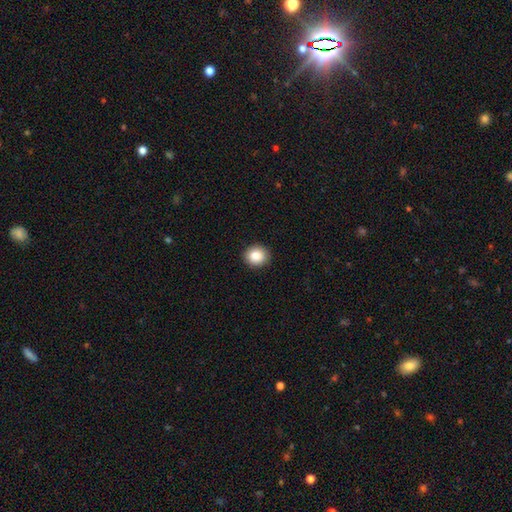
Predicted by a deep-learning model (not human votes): smooth_or_featured: smooth (p=0.86) [alt: star or artifact p=0.09]
how_rounded: round (p=0.83) [alt: in between p=0.16]
merging: none (p=0.91) [alt: minor disturbance p=0.06]